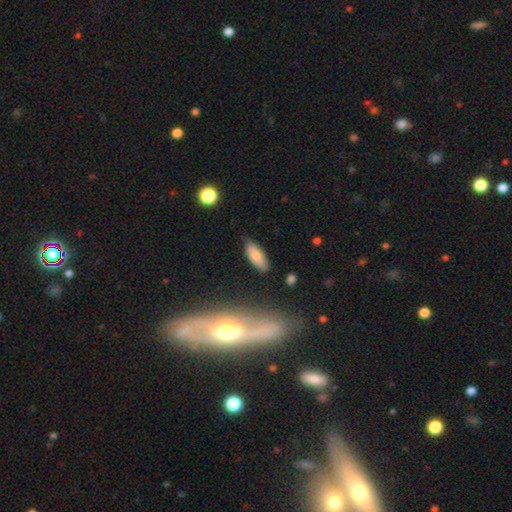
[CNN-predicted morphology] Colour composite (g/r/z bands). It shows a smooth galaxy with no disk features (78%) that is in between round and cigar-shaped (79%). Merging: none (80%).